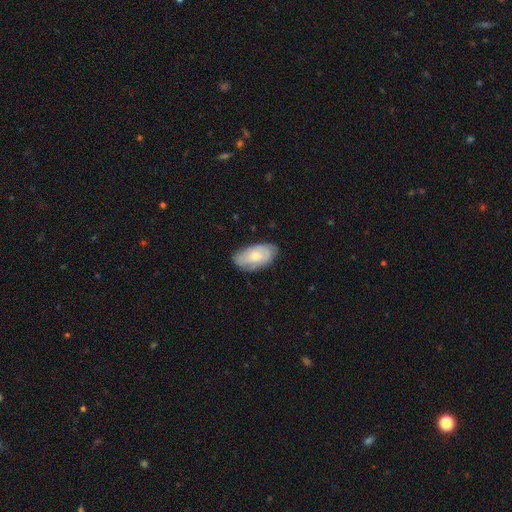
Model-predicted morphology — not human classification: Q: Smooth or featured?
A: smooth (61%); runner-up: featured or disk (33%)
Q: How rounded?
A: in between (94%); runner-up: round (3%)
Q: Merging?
A: none (75%); runner-up: minor disturbance (20%)